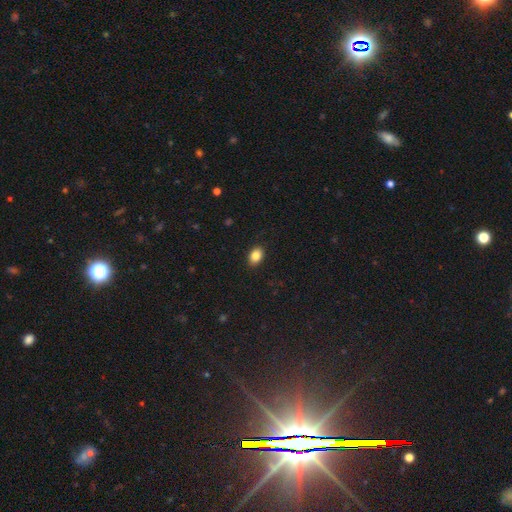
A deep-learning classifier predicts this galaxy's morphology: A smooth galaxy with no disk features (86%) that is in between round and cigar-shaped (74%).

Vote fractions:
- Smooth or featured? smooth: 86% / star or artifact: 9% / featured or disk: 5%
- How rounded? in between: 74% / round: 25% / cigar-shaped: 1%
- Merging? none: 90% / minor disturbance: 7% / major disturbance: 2% / merger: 1%